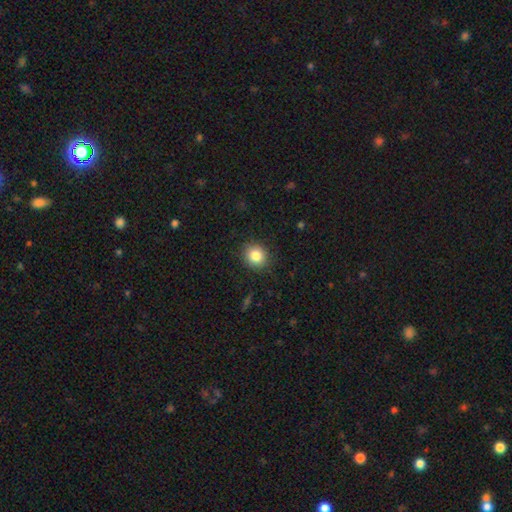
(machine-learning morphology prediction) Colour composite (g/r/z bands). It shows a smooth galaxy with no disk features (84%) that is round (80%). Merging: none (90%).